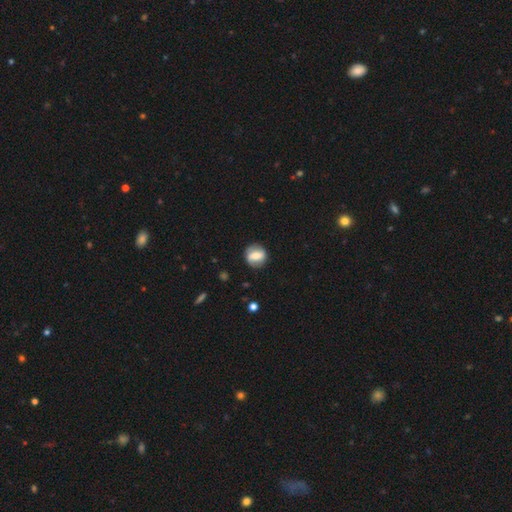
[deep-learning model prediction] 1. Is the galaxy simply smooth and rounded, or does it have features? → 55% smooth, 38% featured or disk, 8% star or artifact.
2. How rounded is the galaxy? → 66% round, 31% in between, 3% cigar-shaped.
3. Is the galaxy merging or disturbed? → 82% none, 13% minor disturbance, 4% major disturbance, 1% merger.